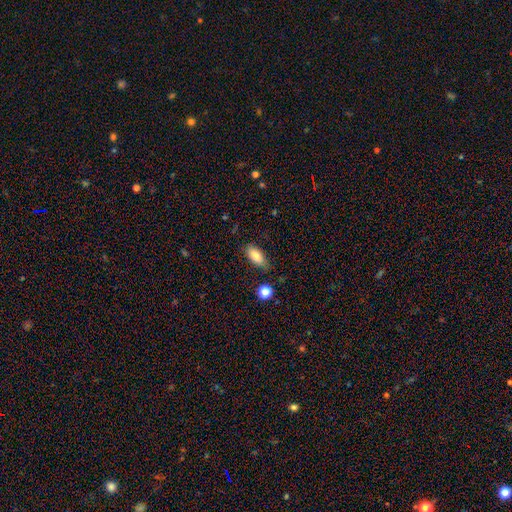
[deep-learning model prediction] Smooth or featured? smooth (81%)
How rounded? in between (85%)
Merging? none (77%)